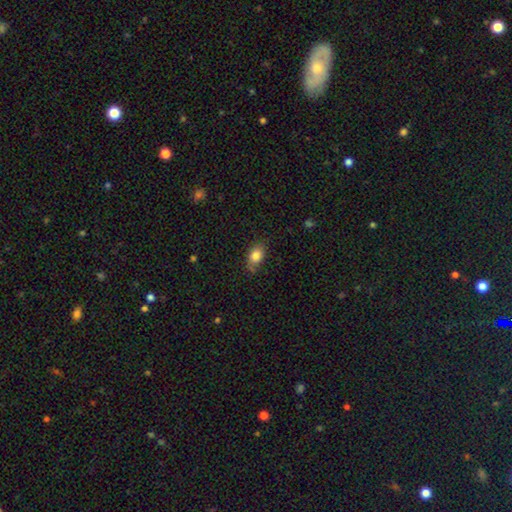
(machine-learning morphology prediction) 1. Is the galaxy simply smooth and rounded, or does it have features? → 83% smooth, 9% featured or disk, 8% star or artifact.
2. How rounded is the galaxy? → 82% in between, 16% round, 2% cigar-shaped.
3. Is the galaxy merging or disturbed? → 73% none, 21% minor disturbance, 4% major disturbance, 2% merger.